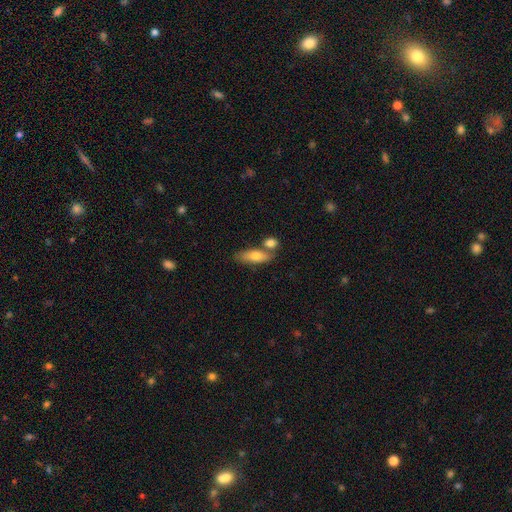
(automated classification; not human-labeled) Smooth or featured: smooth — 72% (featured or disk — 22%)
How rounded: in between — 67% (cigar-shaped — 29%)
Merging: none — 53% (merger — 30%)